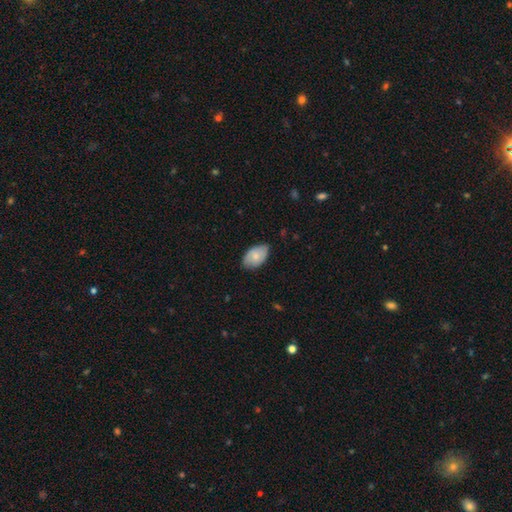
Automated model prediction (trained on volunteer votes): smooth 75%, featured or disk 19%, star or artifact 6%. Down the decision tree: how rounded — in between (92%); merging — none (72%).